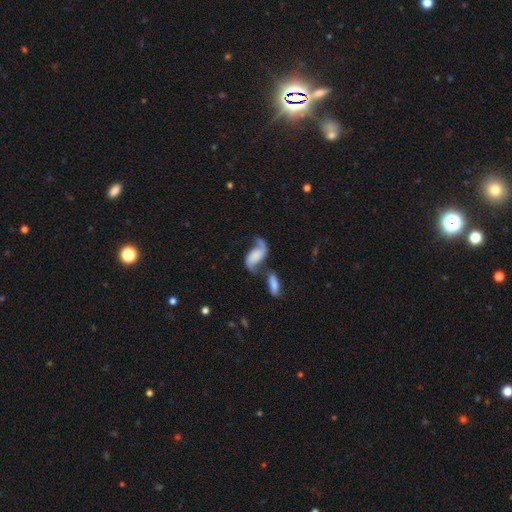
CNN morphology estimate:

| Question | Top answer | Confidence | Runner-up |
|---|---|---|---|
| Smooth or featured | featured or disk | 71% | smooth (22%) |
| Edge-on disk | no | 95% | yes (5%) |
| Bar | no | 60% | weak (28%) |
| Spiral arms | yes | 93% | no (7%) |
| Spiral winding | loose | 78% | medium (17%) |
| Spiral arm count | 2 | 86% | 1 (9%) |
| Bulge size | none | 55% | large (14%) |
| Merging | none | 39% | merger (29%) |